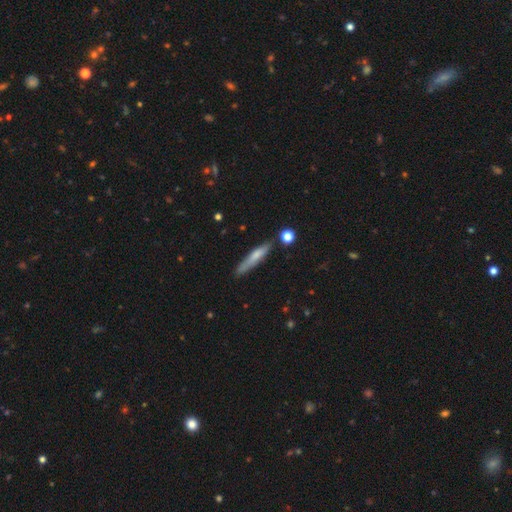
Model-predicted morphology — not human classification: Smooth or featured? smooth (64%)
How rounded? cigar-shaped (91%)
Merging? none (74%)